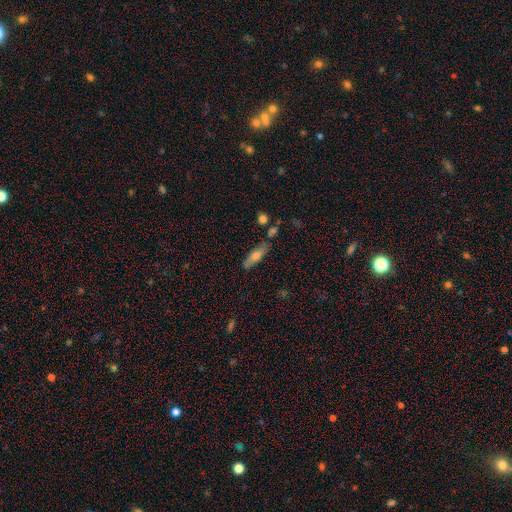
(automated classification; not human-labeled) Smooth or featured? Predicted: smooth (p=0.64). How rounded? Predicted: cigar-shaped (p=0.55). Merging? Predicted: none (p=0.73).